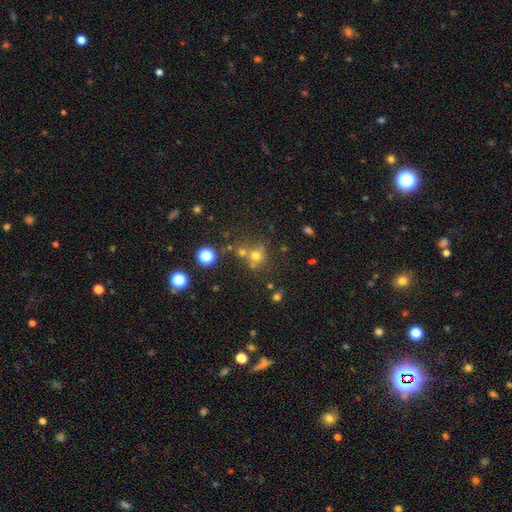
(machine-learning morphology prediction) The model was most divided on "merging": none: 56%, merger: 27%, minor disturbance: 11%, major disturbance: 6%. More confident: how rounded — round (84%); smooth or featured — smooth (65%).